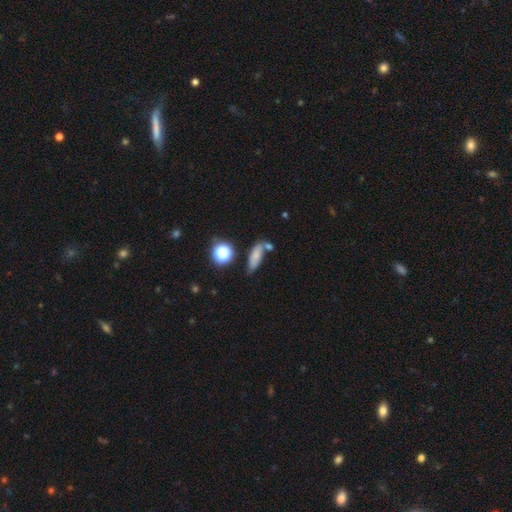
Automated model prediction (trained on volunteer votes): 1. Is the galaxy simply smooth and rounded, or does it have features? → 68% smooth, 17% featured or disk, 14% star or artifact.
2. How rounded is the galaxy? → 61% in between, 31% cigar-shaped, 8% round.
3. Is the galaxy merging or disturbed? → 57% none, 19% minor disturbance, 18% merger, 6% major disturbance.